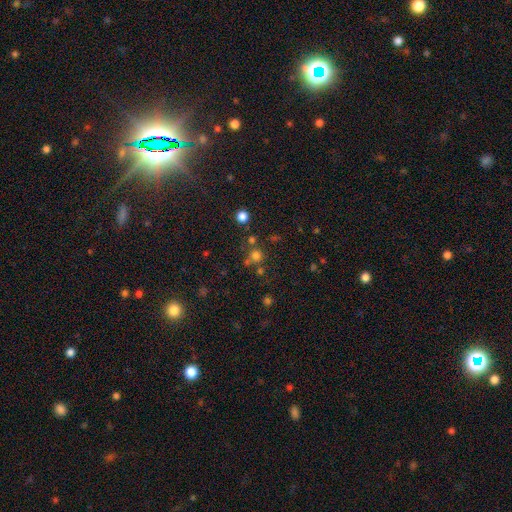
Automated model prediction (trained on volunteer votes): Morphology: type=smooth (67%); roundness=round (91%); merging=none (65%).